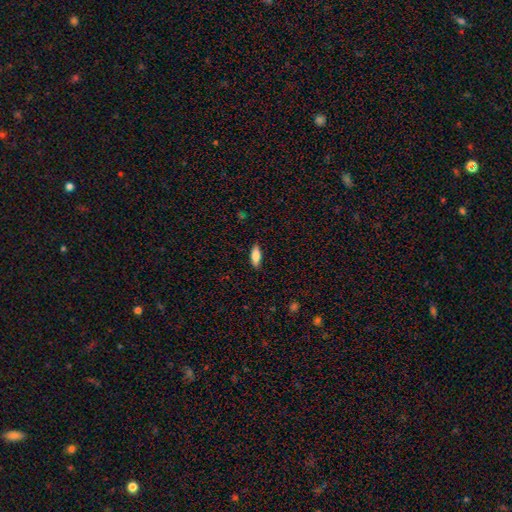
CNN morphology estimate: This is clearly a smooth galaxy (81%). How rounded: likely in between (66%). Merging: clearly none (87%).